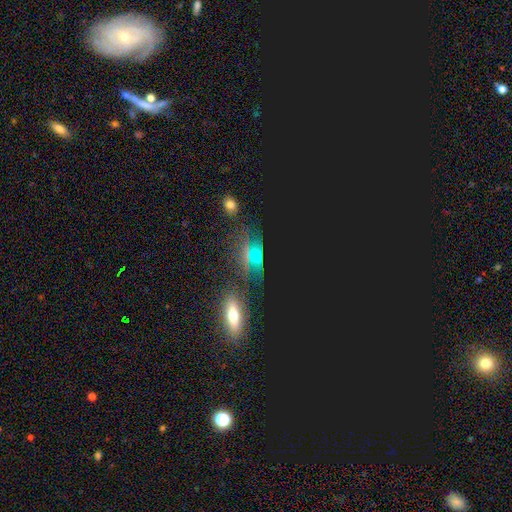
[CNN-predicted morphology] star or artifact 58%, featured or disk 24%, smooth 18%.